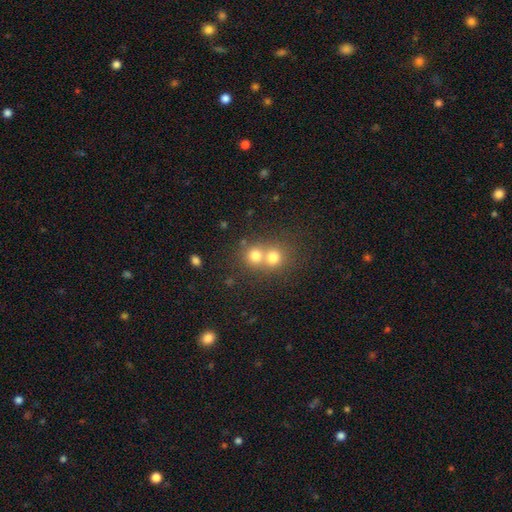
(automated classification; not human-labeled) This is likely a smooth galaxy (74%). How rounded: clearly round (85%). Merging: possibly merger (58%).